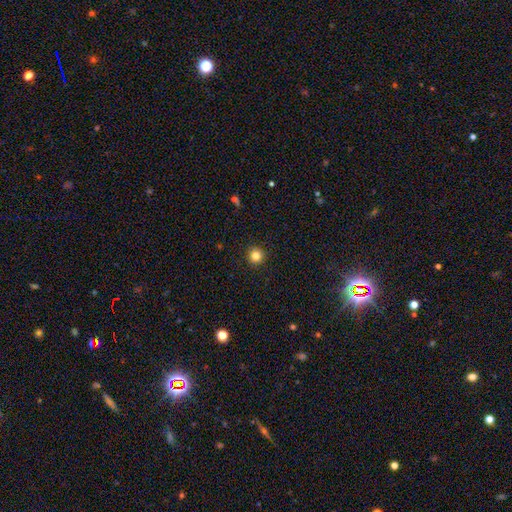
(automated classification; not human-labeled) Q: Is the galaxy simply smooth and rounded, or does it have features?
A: smooth — 82%.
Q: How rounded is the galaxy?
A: round — 95%.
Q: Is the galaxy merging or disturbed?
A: none — 93%.